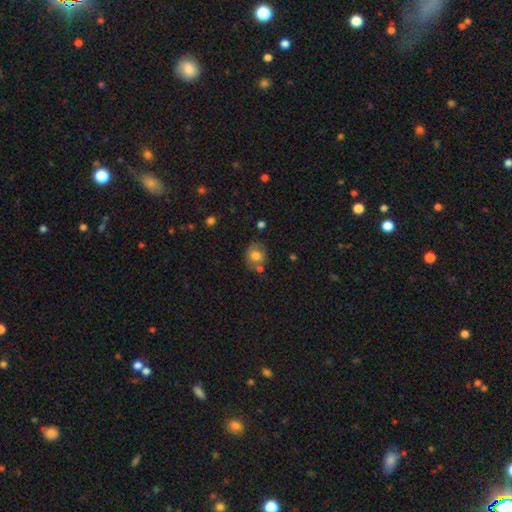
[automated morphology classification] type=smooth (72%); roundness=round (74%); merging=none (60%).